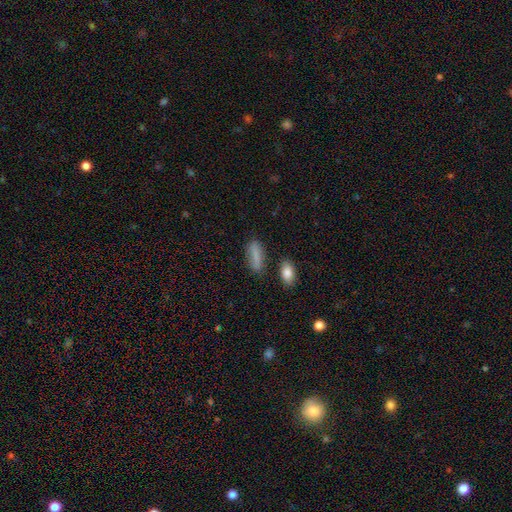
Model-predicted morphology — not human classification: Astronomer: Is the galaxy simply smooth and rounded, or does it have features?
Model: smooth — 82%.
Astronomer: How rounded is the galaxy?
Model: in between — 59% (runner-up: cigar-shaped, 38%).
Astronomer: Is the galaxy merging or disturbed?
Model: none — 76%.